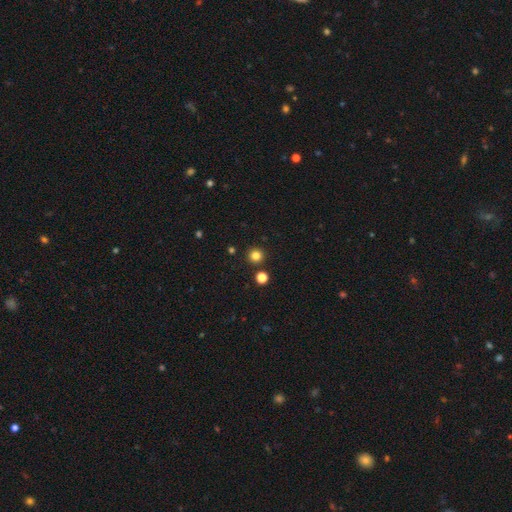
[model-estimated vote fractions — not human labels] A smooth galaxy with no disk features (81%) that is round (95%).

Vote fractions:
- Smooth or featured? smooth: 81% / star or artifact: 14% / featured or disk: 4%
- How rounded? round: 95% / in between: 4% / cigar-shaped: 1%
- Merging? none: 91% / minor disturbance: 5% / merger: 3% / major disturbance: 2%